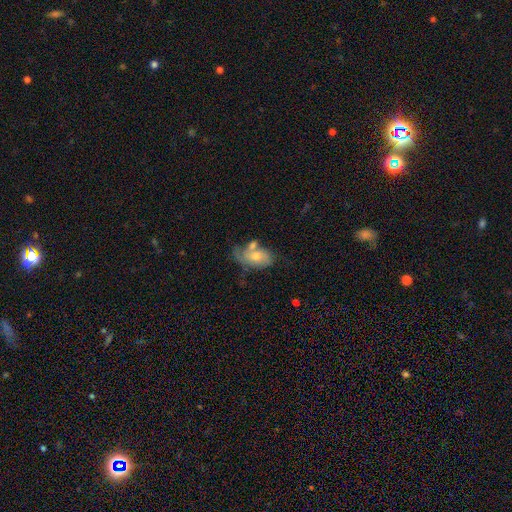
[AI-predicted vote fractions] Q: Smooth or featured?
A: featured or disk (51%); runner-up: smooth (40%)
Q: Edge-on disk?
A: no (94%); runner-up: yes (6%)
Q: Merging?
A: none (35%); runner-up: merger (24%)